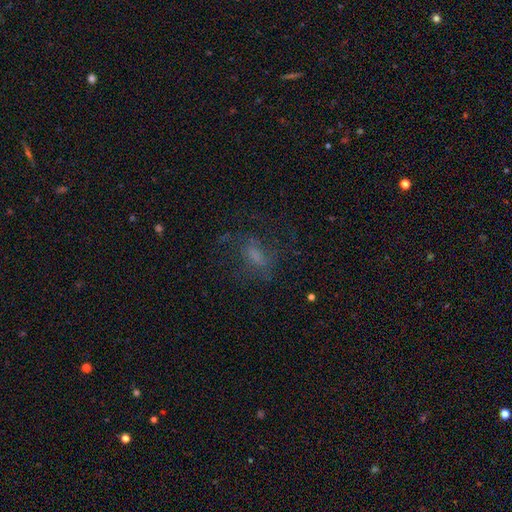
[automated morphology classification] A smooth galaxy with no disk features (41%). Merging: none (54%).